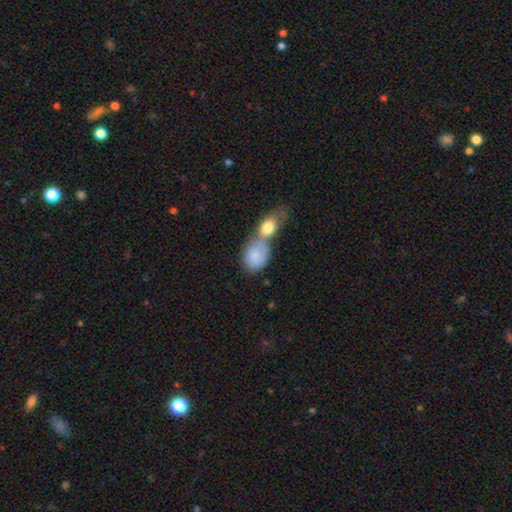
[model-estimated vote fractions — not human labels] smooth-or-featured: smooth: 78% | featured or disk: 15% | star or artifact: 6%
  how-rounded: in between: 67% | round: 31% | cigar-shaped: 2%
  merging: merger: 61% | none: 22% | minor disturbance: 10% | major disturbance: 6%